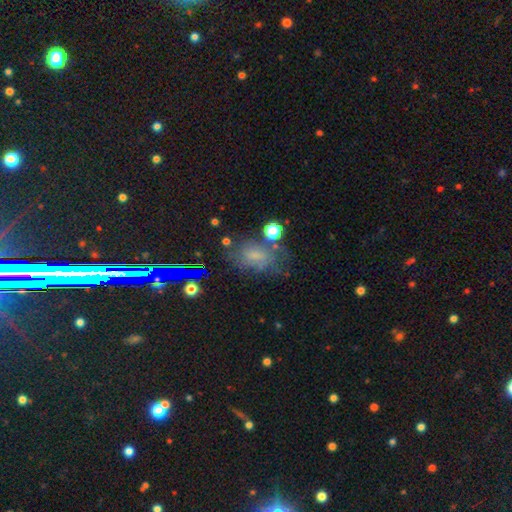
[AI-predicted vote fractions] smooth-or-featured: smooth: 47% | featured or disk: 31% | star or artifact: 22%
  merging: none: 52% | minor disturbance: 24% | major disturbance: 17% | merger: 7%